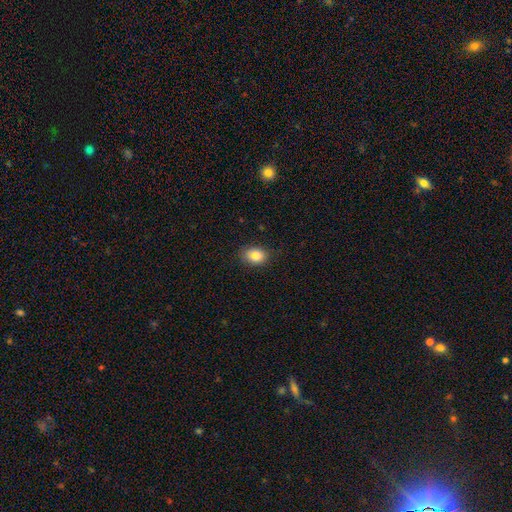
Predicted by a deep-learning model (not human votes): smooth-or-featured: smooth: 84% | star or artifact: 9% | featured or disk: 7%
  how-rounded: in between: 65% | round: 34% | cigar-shaped: 1%
  merging: none: 84% | minor disturbance: 13% | major disturbance: 3% | merger: 1%